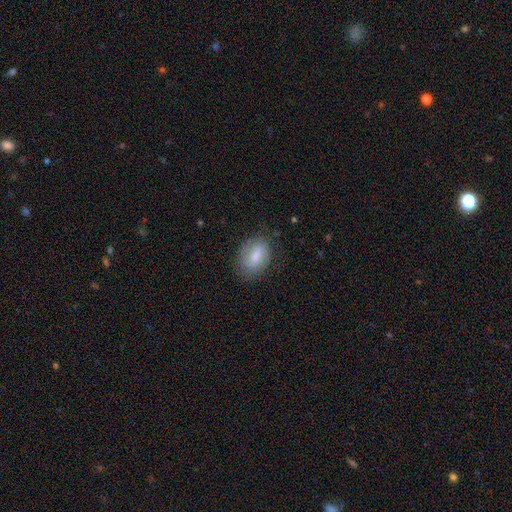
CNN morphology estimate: type=smooth (59%); roundness=in between (78%); merging=none (74%).